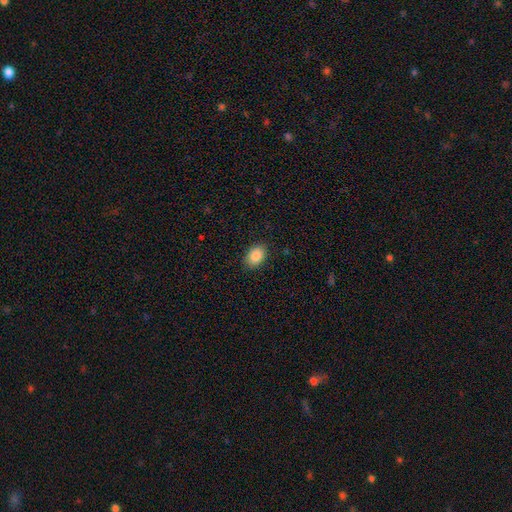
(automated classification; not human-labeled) Smooth or featured?
  - smooth: 88% *
  - star or artifact: 8%
  - featured or disk: 5%
How rounded?
  - in between: 81% *
  - round: 18%
  - cigar-shaped: 1%
Merging?
  - none: 87% *
  - minor disturbance: 10%
  - major disturbance: 2%
  - merger: 1%